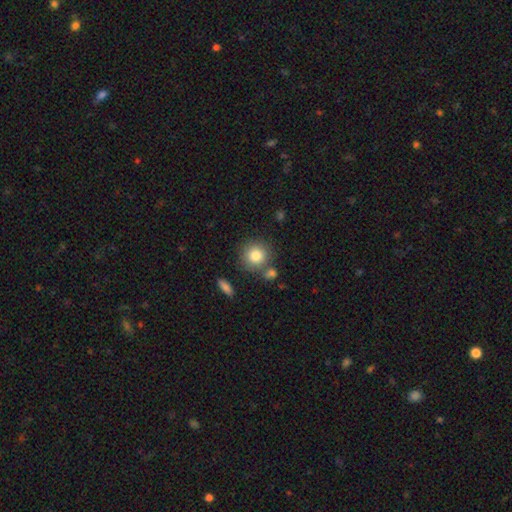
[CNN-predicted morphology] Smooth or featured?
  - smooth: 82% *
  - star or artifact: 9%
  - featured or disk: 9%
How rounded?
  - round: 90% *
  - in between: 9%
  - cigar-shaped: 1%
Merging?
  - none: 73% *
  - merger: 13%
  - minor disturbance: 10%
  - major disturbance: 3%